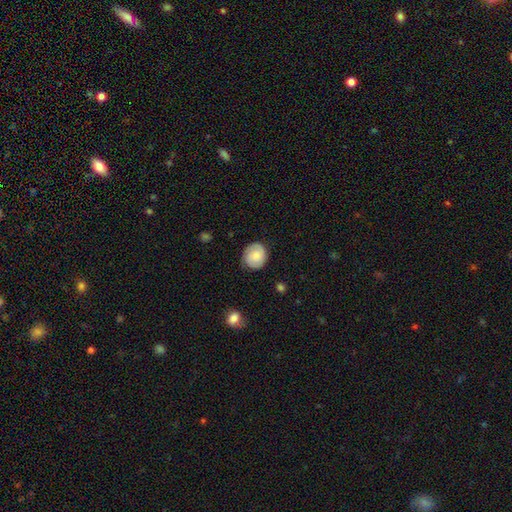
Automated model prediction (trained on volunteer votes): Morphology: type=smooth (65%); roundness=round (79%); merging=none (83%).